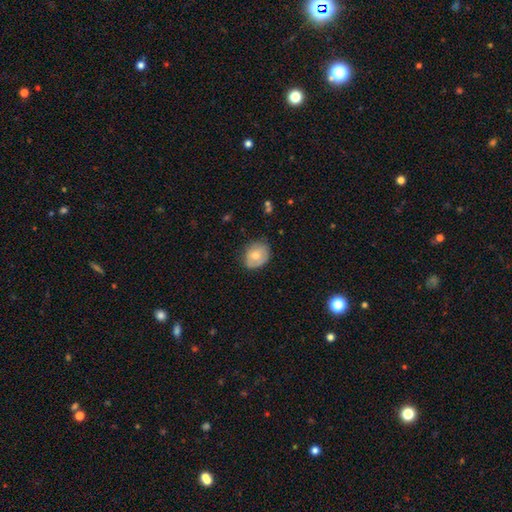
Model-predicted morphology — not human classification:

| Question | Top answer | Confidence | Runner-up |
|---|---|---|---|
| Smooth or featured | smooth | 64% | featured or disk (29%) |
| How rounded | round | 50% | in between (49%) |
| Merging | none | 70% | minor disturbance (24%) |